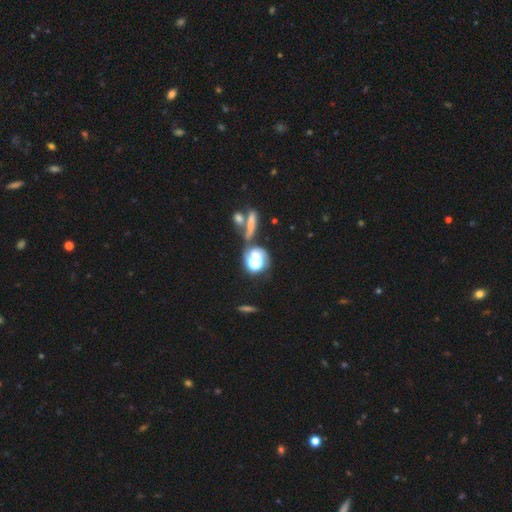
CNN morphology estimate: Smooth or featured? Predicted: smooth (p=0.49). Merging? Predicted: none (p=0.43).